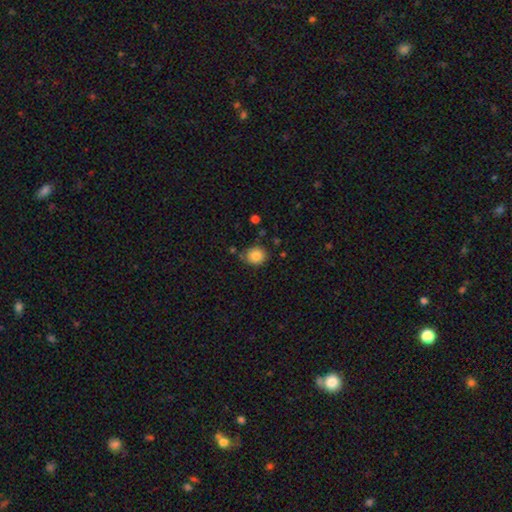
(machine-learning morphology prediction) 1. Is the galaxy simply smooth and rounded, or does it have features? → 86% smooth, 9% star or artifact, 5% featured or disk.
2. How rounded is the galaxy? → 80% round, 19% in between, 1% cigar-shaped.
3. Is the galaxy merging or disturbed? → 79% none, 13% minor disturbance, 4% merger, 3% major disturbance.